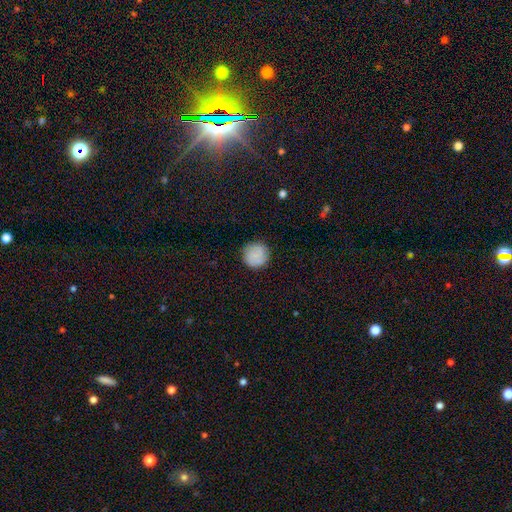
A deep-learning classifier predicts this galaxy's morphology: Q: Smooth or featured?
A: smooth (84%); runner-up: featured or disk (8%)
Q: How rounded?
A: round (95%); runner-up: in between (4%)
Q: Merging?
A: none (88%); runner-up: minor disturbance (9%)